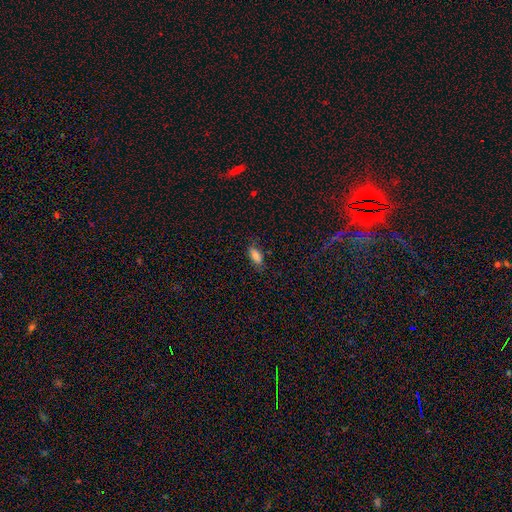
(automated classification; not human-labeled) Smooth or featured: smooth — 82% (star or artifact — 9%)
How rounded: in between — 83% (cigar-shaped — 14%)
Merging: none — 73% (minor disturbance — 20%)